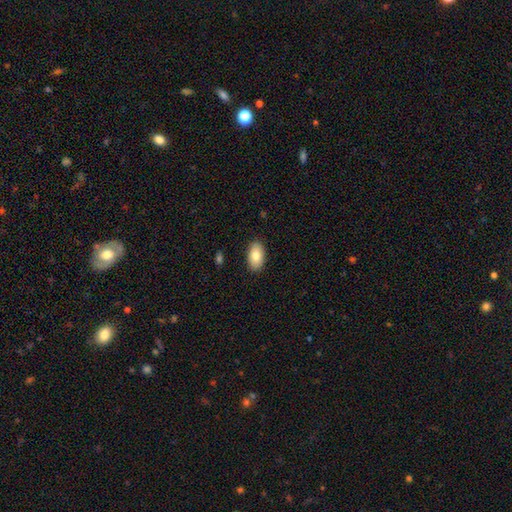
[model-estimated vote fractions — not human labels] This is clearly a smooth galaxy (81%). How rounded: clearly in between (94%). Merging: clearly none (89%).